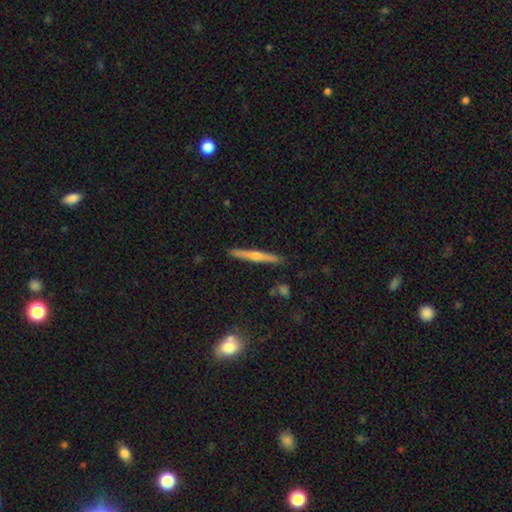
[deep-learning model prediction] Morphology: type=featured or disk (70%); edge-on=yes (97%); edge-on bulge=rounded (82%); merging=none (88%).